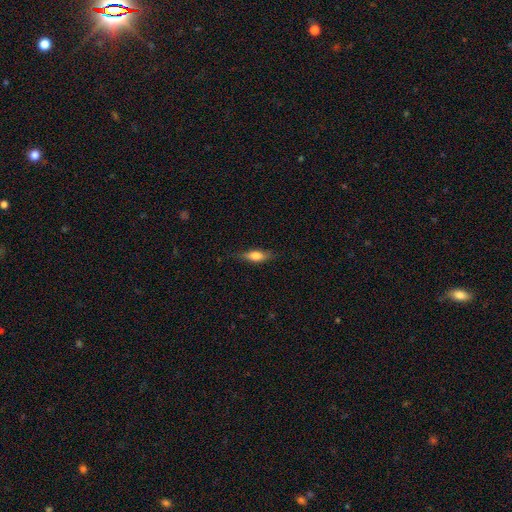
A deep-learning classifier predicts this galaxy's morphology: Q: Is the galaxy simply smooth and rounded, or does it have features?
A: smooth — 67%.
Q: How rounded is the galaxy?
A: in between — 56%.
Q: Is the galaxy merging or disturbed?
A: none — 77%.